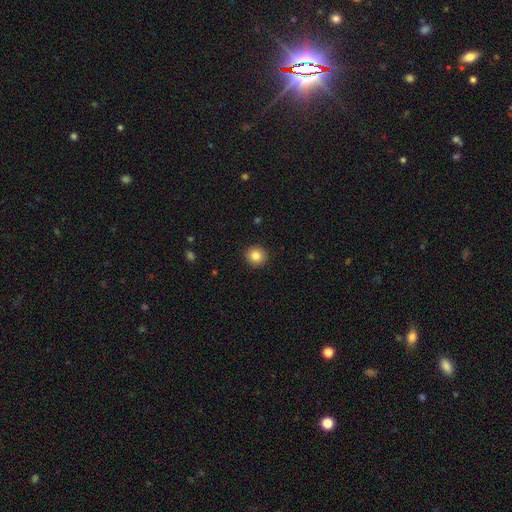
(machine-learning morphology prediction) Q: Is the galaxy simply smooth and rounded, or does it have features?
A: smooth — 84%.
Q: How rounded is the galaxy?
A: round — 93%.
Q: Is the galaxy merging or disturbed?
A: none — 92%.